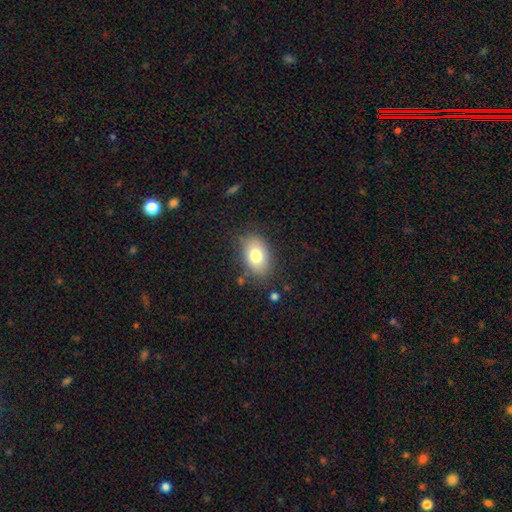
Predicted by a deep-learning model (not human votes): smooth_or_featured: smooth (p=0.77) [alt: featured or disk p=0.15]
how_rounded: in between (p=0.86) [alt: round p=0.13]
merging: none (p=0.80) [alt: minor disturbance p=0.14]